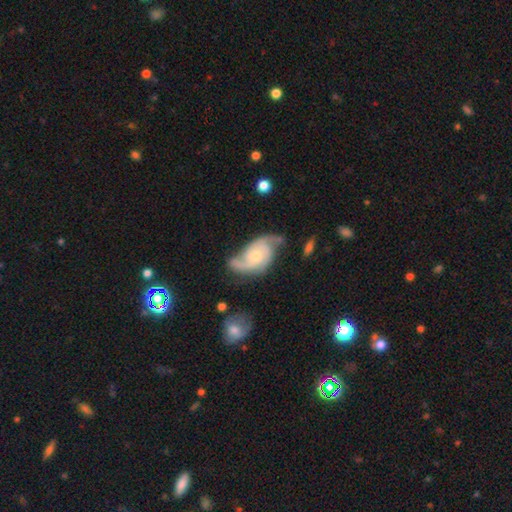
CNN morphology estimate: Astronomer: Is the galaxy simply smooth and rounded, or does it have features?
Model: featured or disk — 86%.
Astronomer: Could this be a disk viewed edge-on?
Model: no — 97%.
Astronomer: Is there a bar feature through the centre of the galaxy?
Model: no — 66%.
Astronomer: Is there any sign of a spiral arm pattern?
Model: yes — 97%.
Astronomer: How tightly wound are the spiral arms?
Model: medium — 47% (runner-up: loose, 28%).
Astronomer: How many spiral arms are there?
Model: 2 — 71%.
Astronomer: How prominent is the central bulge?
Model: small — 57% (runner-up: moderate, 37%).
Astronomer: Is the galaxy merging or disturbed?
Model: none — 57%.